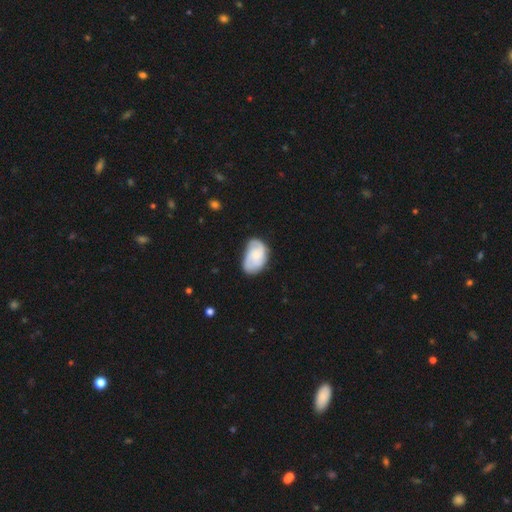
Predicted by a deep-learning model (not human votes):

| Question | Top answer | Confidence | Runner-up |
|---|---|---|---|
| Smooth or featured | featured or disk | 59% | smooth (35%) |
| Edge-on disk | no | 97% | yes (3%) |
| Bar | no | 72% | weak (24%) |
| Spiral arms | yes | 90% | no (10%) |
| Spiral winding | tight | 41% | tied: medium (41%) |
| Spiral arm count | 2 | 34% | 3 (29%) |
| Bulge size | small | 50% | moderate (28%) |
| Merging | none | 61% | minor disturbance (28%) |